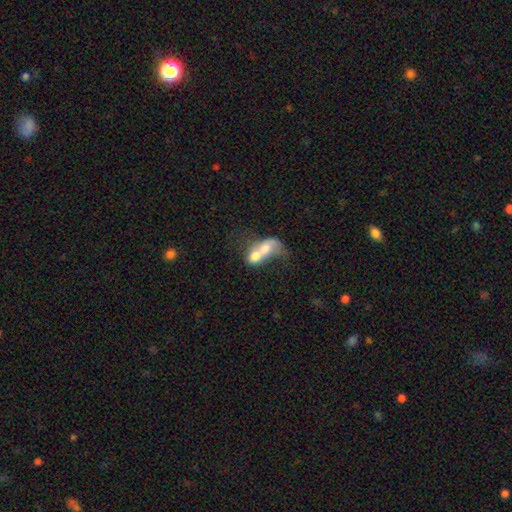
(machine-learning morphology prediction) The model was most divided on "smooth or featured": smooth: 59%, featured or disk: 33%, star or artifact: 9%. More confident: merging — merger (78%); how rounded — in between (72%).